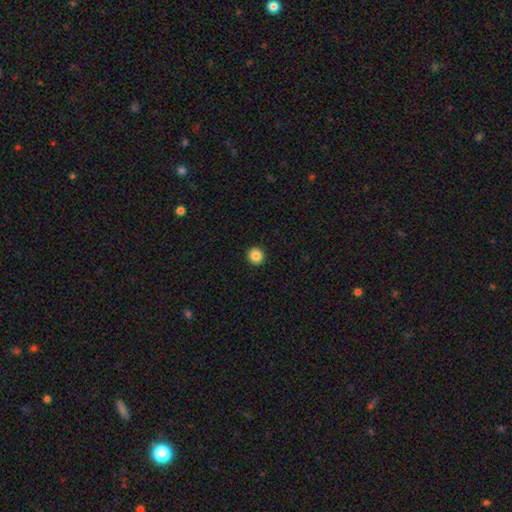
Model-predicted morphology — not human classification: Smooth or featured: smooth — 86% (star or artifact — 10%)
How rounded: round — 94% (in between — 6%)
Merging: none — 94% (minor disturbance — 4%)